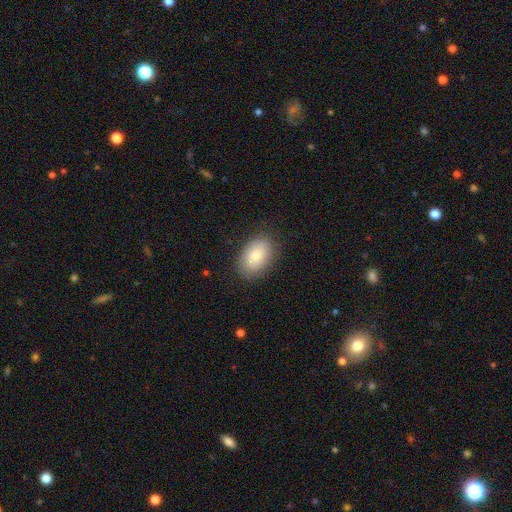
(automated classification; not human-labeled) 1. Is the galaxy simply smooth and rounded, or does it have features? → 76% smooth, 17% featured or disk, 7% star or artifact.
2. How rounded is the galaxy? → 88% in between, 11% round, 1% cigar-shaped.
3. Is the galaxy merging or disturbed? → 81% none, 14% minor disturbance, 4% major disturbance, 1% merger.